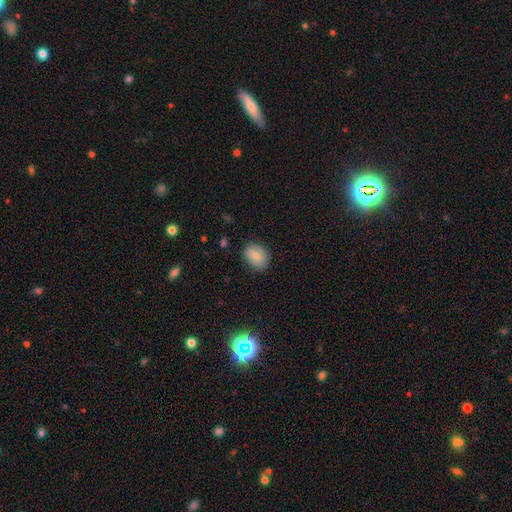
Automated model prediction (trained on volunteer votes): A smooth galaxy with no disk features (73%) that is in between round and cigar-shaped (61%). Merging: none (80%).